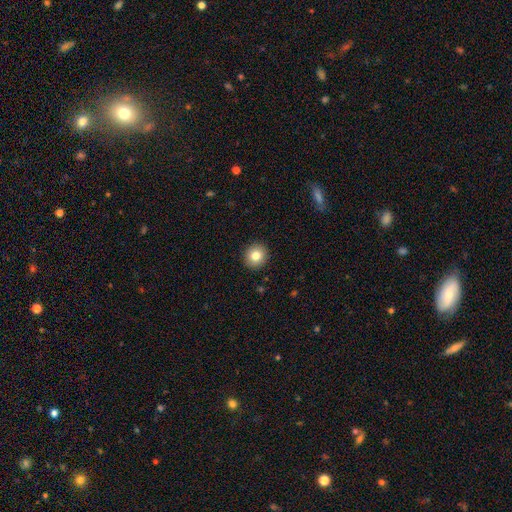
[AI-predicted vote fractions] Smooth or featured? smooth (81%)
How rounded? round (91%)
Merging? none (92%)